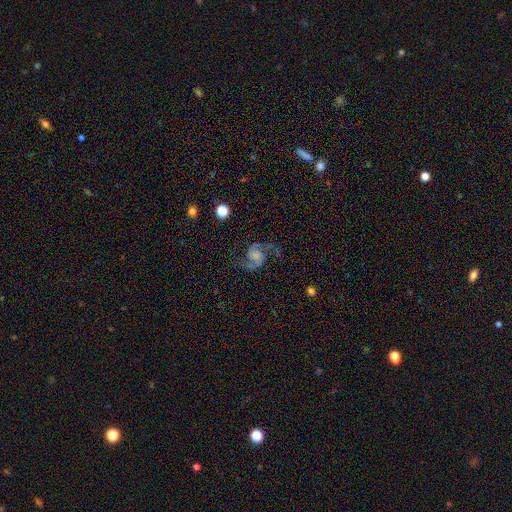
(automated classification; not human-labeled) A featured or disk galaxy (91%) with no bar (64%), 2 (95%) medium (56%) spiral arms (98%) and a moderate central bulge (35%).

Vote fractions:
- Smooth or featured? featured or disk: 91% / star or artifact: 5% / smooth: 4%
- Edge-on disk? no: 98% / yes: 2%
- Bar? no: 64% / weak: 30% / strong: 7%
- Spiral arms? yes: 98% / no: 2%
- Spiral winding? medium: 56% / loose: 34% / tight: 10%
- Spiral arm count? 2: 95% / can't tell: 1% / 1: 1% / 3: 1% / 4: 1% / more than 4: 1%
- Bulge size? moderate: 35% / small: 30% / none: 21% / large: 11% / dominant: 2%
- Merging? none: 79% / minor disturbance: 12% / major disturbance: 7% / merger: 2%